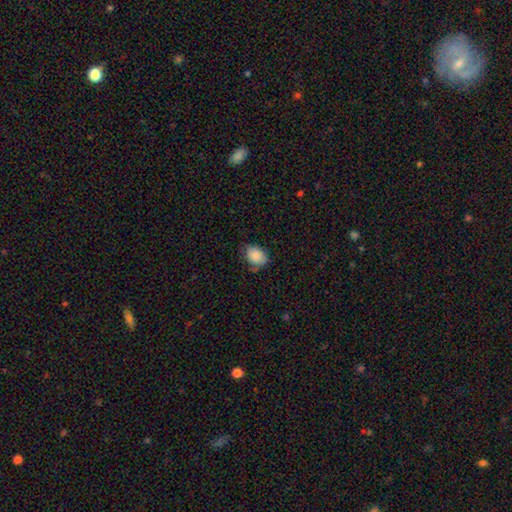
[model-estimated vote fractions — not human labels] smooth 87%, star or artifact 7%, featured or disk 6%. Down the decision tree: how rounded — in between (75%); merging — none (67%).